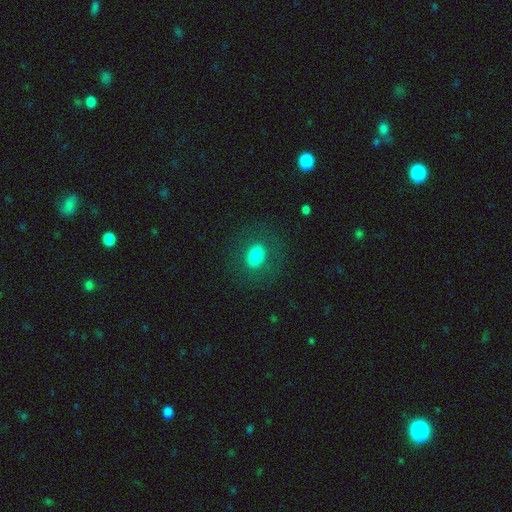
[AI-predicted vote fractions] Morphology: type=smooth (76%); roundness=in between (69%); merging=none (77%).